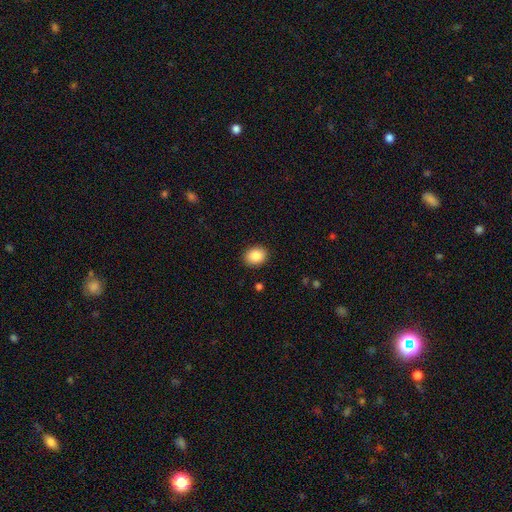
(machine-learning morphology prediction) Overall: smooth (88%). How rounded: round (52%; in between 47%). Merging: none (90%).